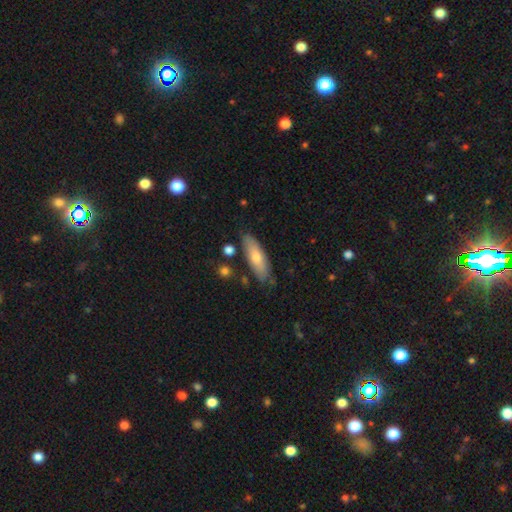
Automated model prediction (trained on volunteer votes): This is likely a smooth galaxy (69%). How rounded: possibly in between (52%). Merging: clearly none (80%).